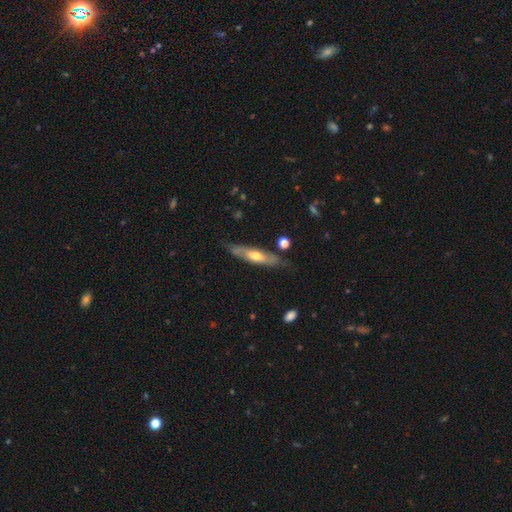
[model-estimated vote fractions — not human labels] A featured or disk galaxy (56%) viewed edge-on (58%). Merging: none (73%).